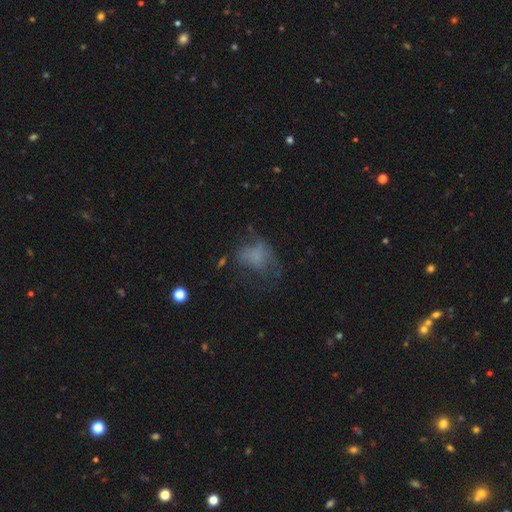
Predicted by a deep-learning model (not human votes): Morphology: type=smooth (50%); roundness=in between (64%); merging=major disturbance (39%).